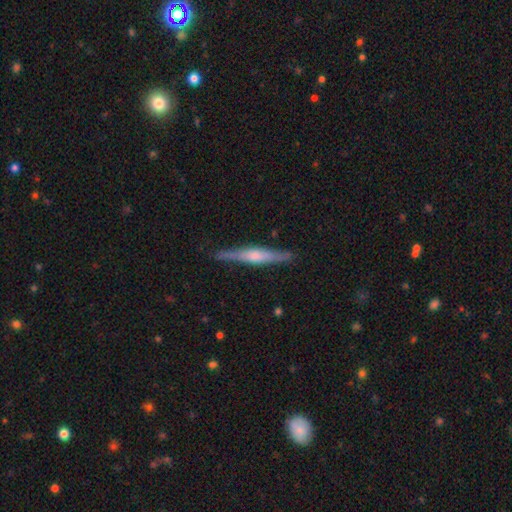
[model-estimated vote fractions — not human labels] featured or disk 65%, smooth 30%, star or artifact 5%. Down the decision tree: edge-on disk — yes (96%); edge-on bulge — rounded (66%); merging — none (87%).